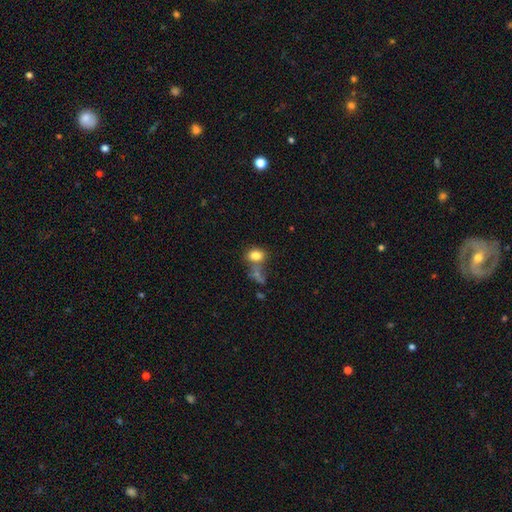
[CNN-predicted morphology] Smooth or featured?
  - smooth: 80% *
  - featured or disk: 10%
  - star or artifact: 10%
How rounded?
  - in between: 69% *
  - round: 29%
  - cigar-shaped: 2%
Merging?
  - none: 45% *
  - merger: 32%
  - minor disturbance: 14%
  - major disturbance: 9%